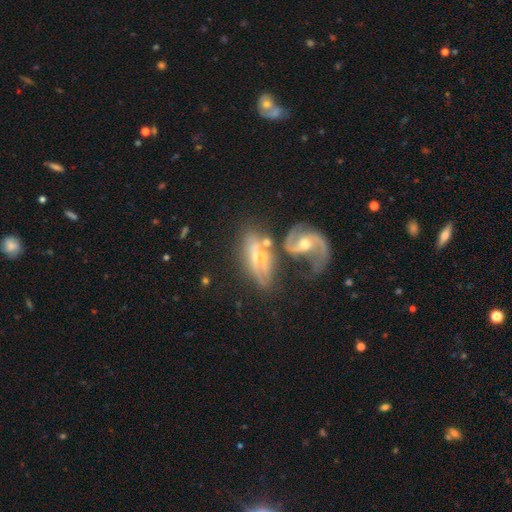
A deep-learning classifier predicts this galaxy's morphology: This appears to be a featured or disk galaxy (63%) with no bar (52%), spiral arms (66%) and a moderate central bulge (45%). Merging: merger (37%).